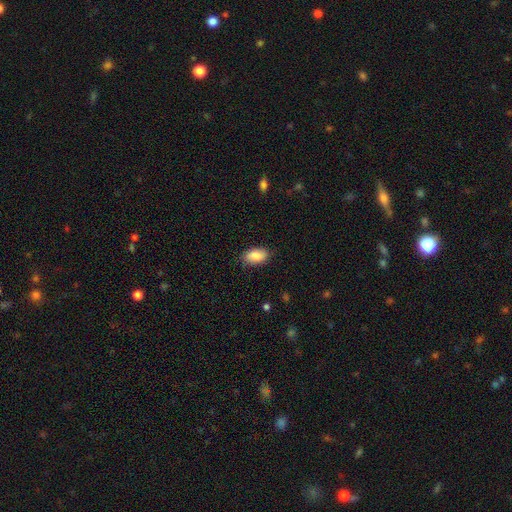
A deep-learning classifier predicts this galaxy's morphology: smooth_or_featured: smooth (p=0.88) [alt: star or artifact p=0.06]
how_rounded: in between (p=0.94) [alt: round p=0.04]
merging: none (p=0.83) [alt: minor disturbance p=0.13]